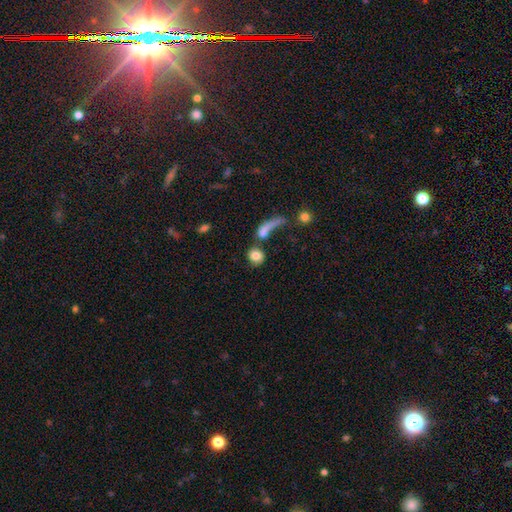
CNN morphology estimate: A smooth galaxy with no disk features (78%) that is round (73%). Merging: none (46%).